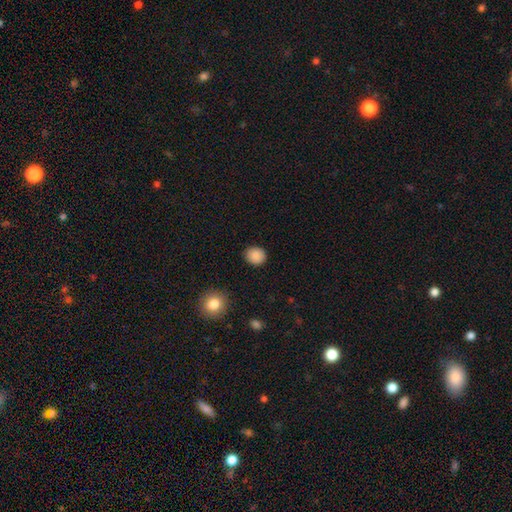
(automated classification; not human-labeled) A smooth galaxy with no disk features (88%) that is round (78%). Merging: none (89%).